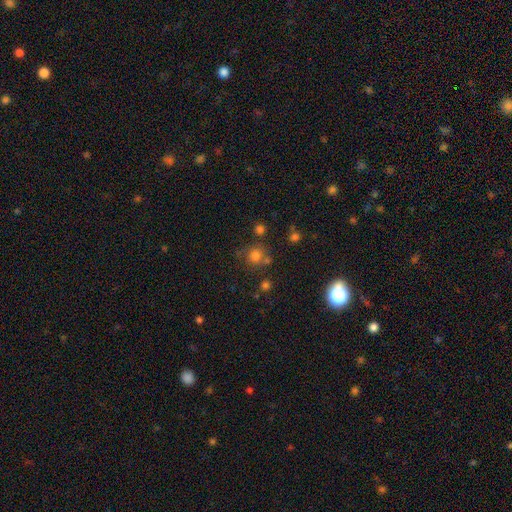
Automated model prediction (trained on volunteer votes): The model was most divided on "merging": none: 66%, merger: 16%, minor disturbance: 12%, major disturbance: 6%. More confident: how rounded — round (87%); smooth or featured — smooth (72%).